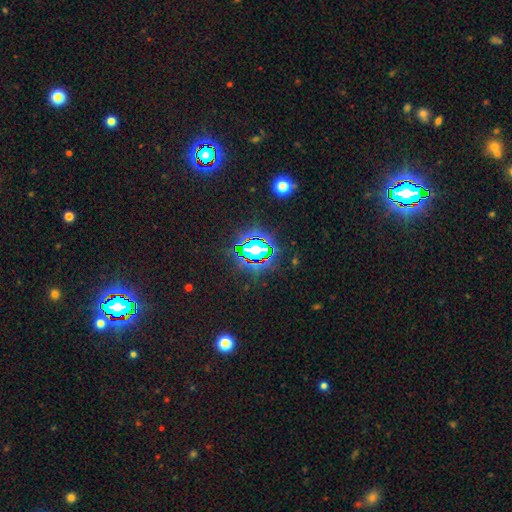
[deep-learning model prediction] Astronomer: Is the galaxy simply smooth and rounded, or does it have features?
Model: star or artifact — 74%.